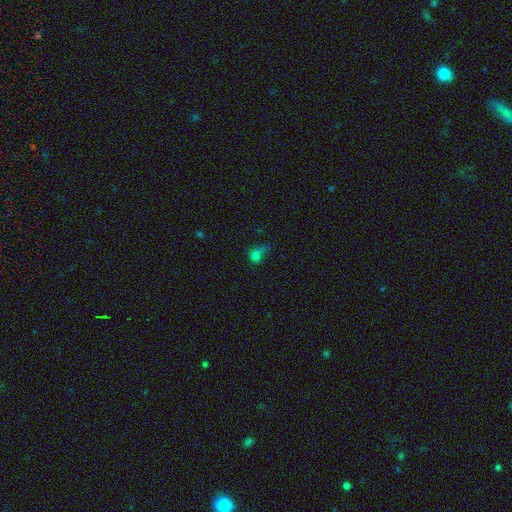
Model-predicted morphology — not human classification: Smooth or featured: smooth — 70% (star or artifact — 18%)
How rounded: round — 61% (in between — 36%)
Merging: major disturbance — 33% (none — 31%)